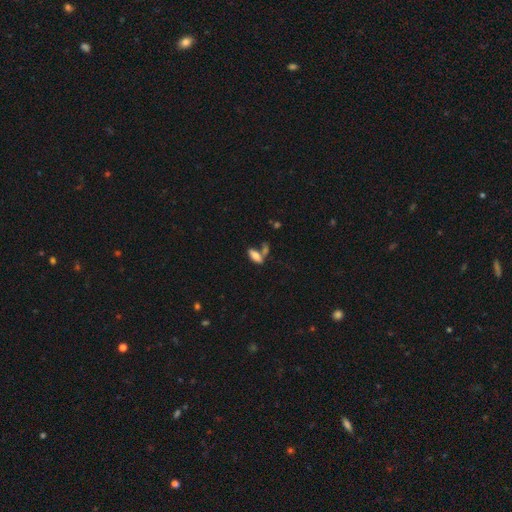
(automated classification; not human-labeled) Morphology: type=smooth (76%); roundness=in between (75%); merging=none (49%).